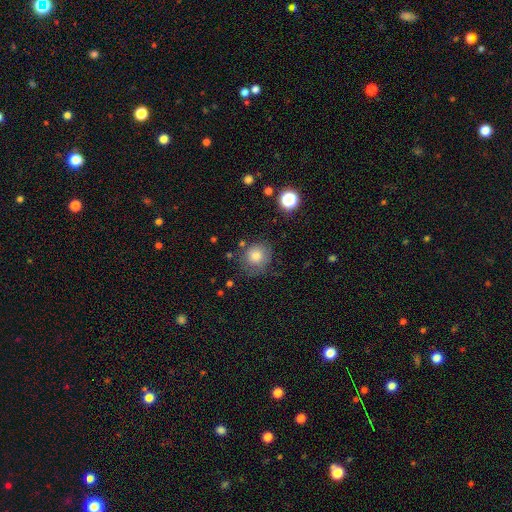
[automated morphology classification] smooth 79%, star or artifact 11%, featured or disk 11%. Down the decision tree: how rounded — round (83%); merging — none (67%).